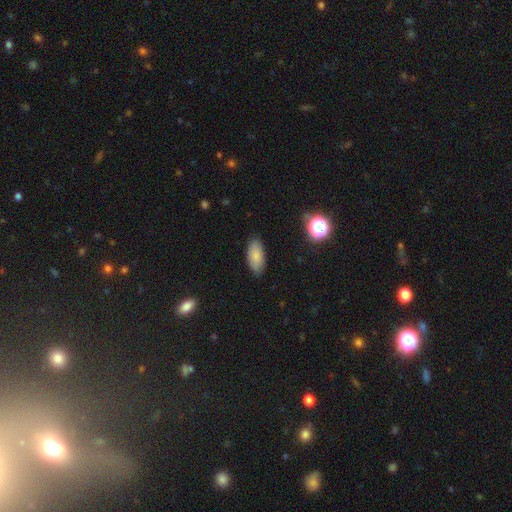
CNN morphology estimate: Smooth or featured?
  - smooth: 83% *
  - featured or disk: 9%
  - star or artifact: 8%
How rounded?
  - in between: 90% *
  - cigar-shaped: 7%
  - round: 3%
Merging?
  - none: 86% *
  - minor disturbance: 11%
  - major disturbance: 2%
  - merger: 1%